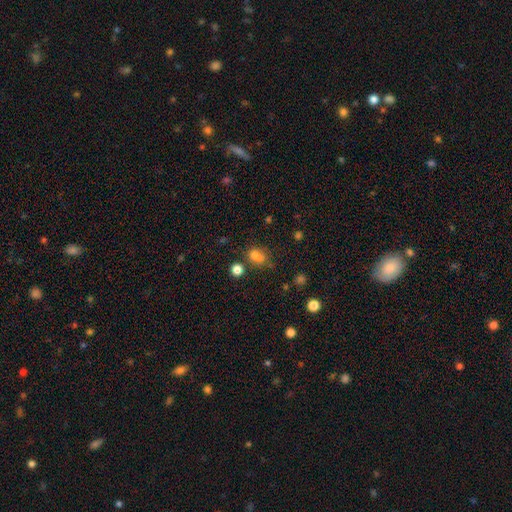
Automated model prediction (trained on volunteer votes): This is likely a smooth galaxy (72%). How rounded: possibly round (60%). Merging: marginally none (45%).